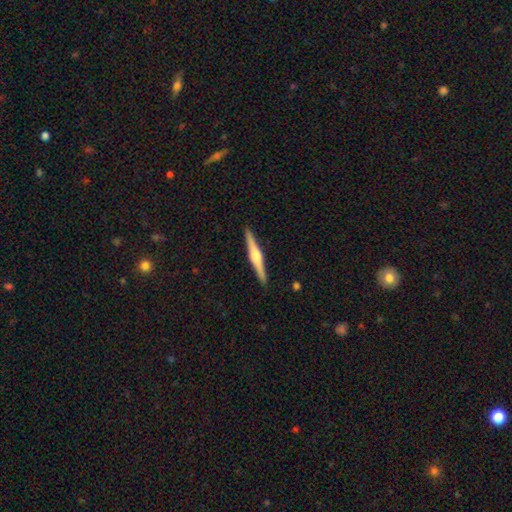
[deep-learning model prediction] smooth_or_featured: featured or disk (p=0.75) [alt: smooth p=0.20]
disk_edge_on: yes (p=0.98) [alt: no p=0.02]
edge_on_bulge: rounded (p=0.88) [alt: boxy p=0.09]
merging: none (p=0.92) [alt: minor disturbance p=0.06]